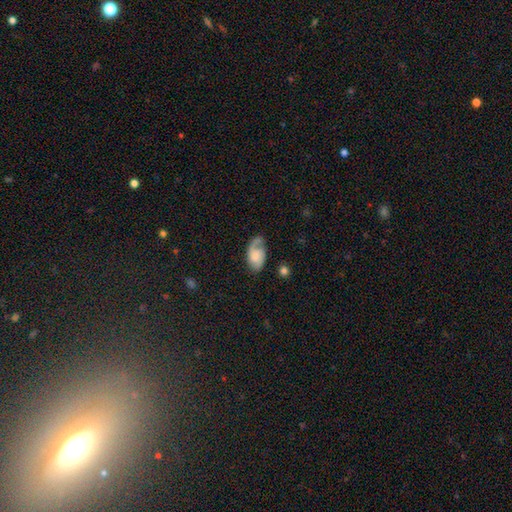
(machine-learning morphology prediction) A featured or disk galaxy (54%) with no bar (69%), spiral arms (88%) and a small central bulge (31%).

Vote fractions:
- Smooth or featured? featured or disk: 54% / smooth: 38% / star or artifact: 7%
- Edge-on disk? no: 95% / yes: 5%
- Bar? no: 69% / weak: 27% / strong: 5%
- Spiral arms? yes: 88% / no: 12%
- Bulge size? small: 31% / none: 28% / moderate: 25% / large: 13% / dominant: 3%
- Merging? none: 52% / minor disturbance: 27% / major disturbance: 18% / merger: 3%